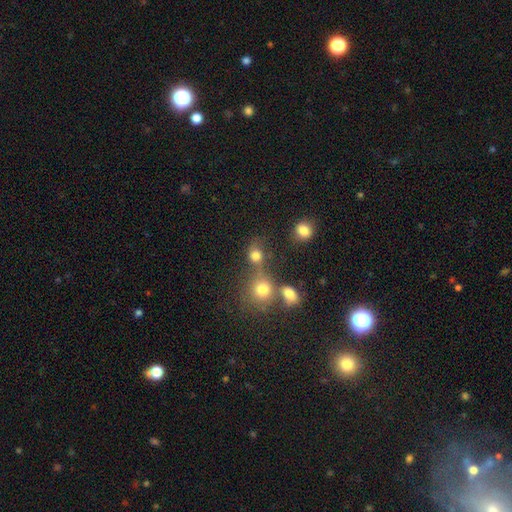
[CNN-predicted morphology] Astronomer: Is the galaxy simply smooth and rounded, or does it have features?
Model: smooth — 76%.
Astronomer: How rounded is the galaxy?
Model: round — 76%.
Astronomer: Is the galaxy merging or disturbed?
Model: none — 47% (runner-up: merger, 33%).